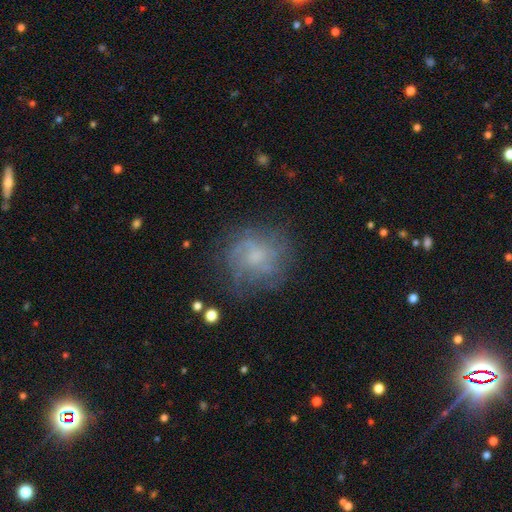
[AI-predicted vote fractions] A featured or disk galaxy (44%).

Vote fractions:
- Smooth or featured? featured or disk: 44% / smooth: 43% / star or artifact: 13%
- Merging? none: 65% / minor disturbance: 20% / major disturbance: 13% / merger: 2%